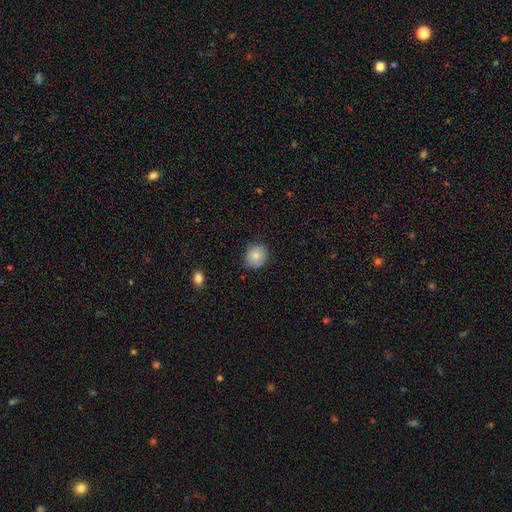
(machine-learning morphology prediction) Smooth or featured?
  - smooth: 82% *
  - featured or disk: 10%
  - star or artifact: 8%
How rounded?
  - round: 67% *
  - in between: 32%
  - cigar-shaped: 1%
Merging?
  - none: 85% *
  - minor disturbance: 11%
  - major disturbance: 2%
  - merger: 1%